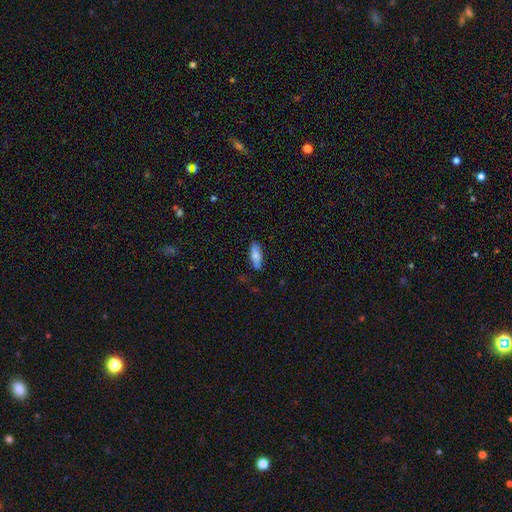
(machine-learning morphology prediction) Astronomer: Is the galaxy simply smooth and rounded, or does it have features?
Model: smooth — 78%.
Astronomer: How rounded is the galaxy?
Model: in between — 63%.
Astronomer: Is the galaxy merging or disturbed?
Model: none — 85%.